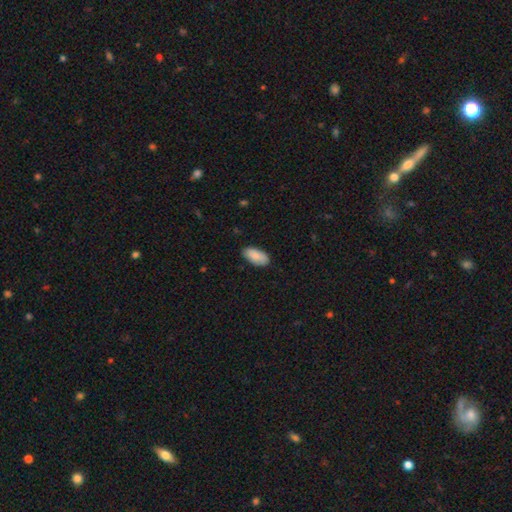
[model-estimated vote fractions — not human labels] smooth-or-featured: smooth: 87% | featured or disk: 7% | star or artifact: 6%
  how-rounded: in between: 94% | cigar-shaped: 4% | round: 2%
  merging: none: 83% | minor disturbance: 14% | major disturbance: 2% | merger: 1%